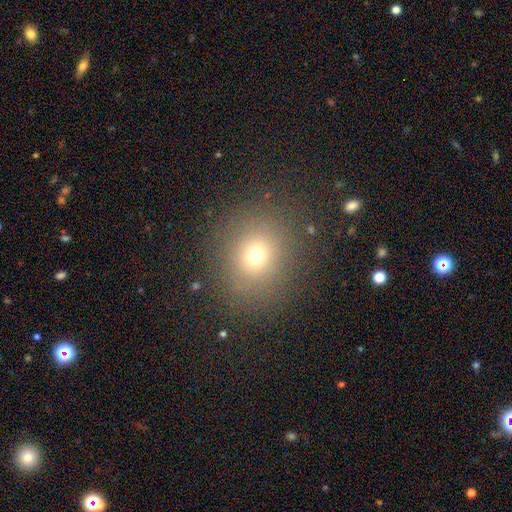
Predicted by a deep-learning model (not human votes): The model was most divided on "smooth or featured": smooth: 69%, star or artifact: 20%, featured or disk: 11%. More confident: merging — none (85%); how rounded — round (83%).